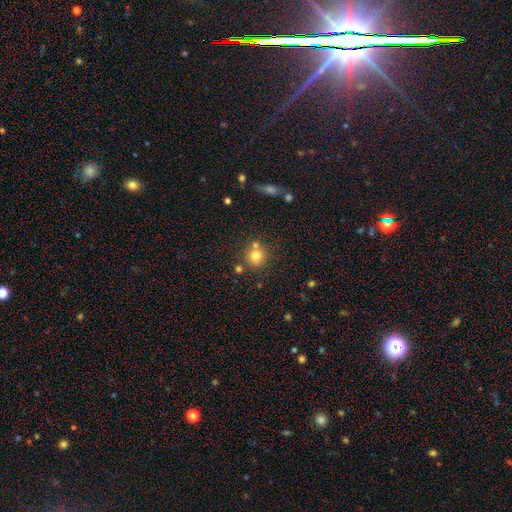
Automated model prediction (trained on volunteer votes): Q: Smooth or featured?
A: smooth (77%); runner-up: star or artifact (13%)
Q: How rounded?
A: round (90%); runner-up: in between (9%)
Q: Merging?
A: none (69%); runner-up: merger (17%)